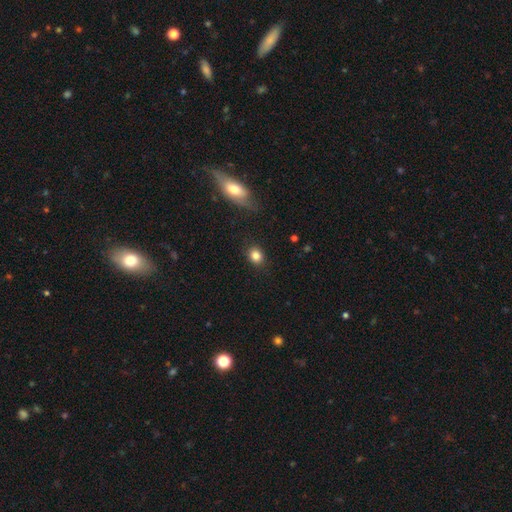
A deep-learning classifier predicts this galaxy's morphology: Smooth or featured? Predicted: smooth (p=0.84). How rounded? Predicted: round (p=0.66). Merging? Predicted: none (p=0.86).